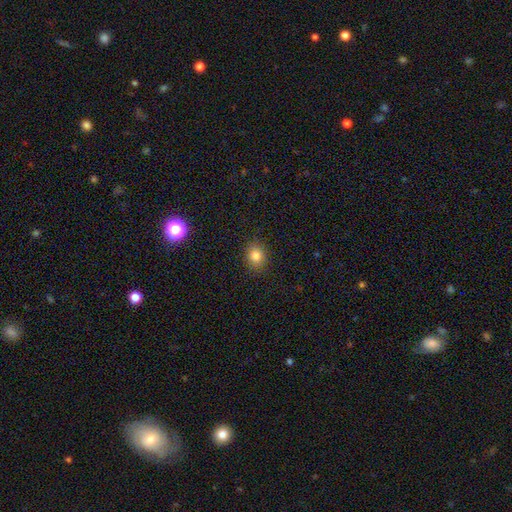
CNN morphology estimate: Smooth or featured: smooth — 83% (star or artifact — 11%)
How rounded: round — 61% (in between — 38%)
Merging: none — 88% (minor disturbance — 8%)